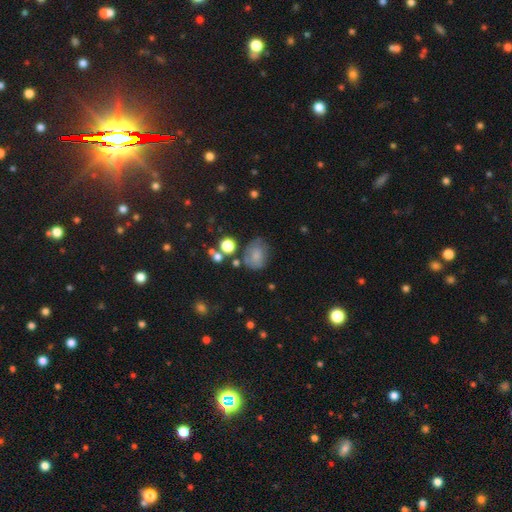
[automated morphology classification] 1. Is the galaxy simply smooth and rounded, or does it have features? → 71% smooth, 18% featured or disk, 11% star or artifact.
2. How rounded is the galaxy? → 59% in between, 40% round, 1% cigar-shaped.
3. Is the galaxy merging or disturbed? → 50% none, 30% minor disturbance, 13% major disturbance, 6% merger.